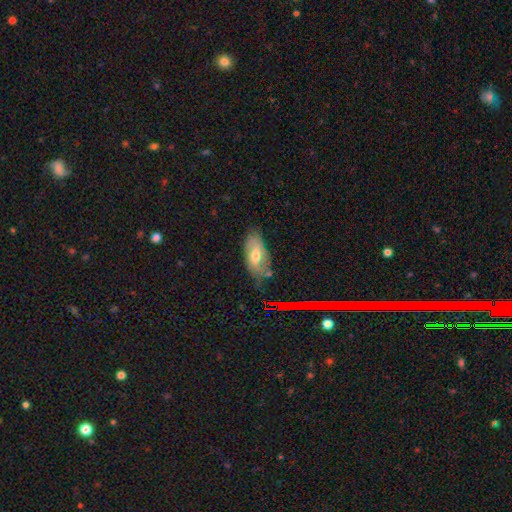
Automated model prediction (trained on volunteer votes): smooth_or_featured: smooth (p=0.50) [alt: featured or disk p=0.39]
how_rounded: in between (p=0.85) [alt: cigar-shaped p=0.11]
merging: none (p=0.65) [alt: minor disturbance p=0.25]